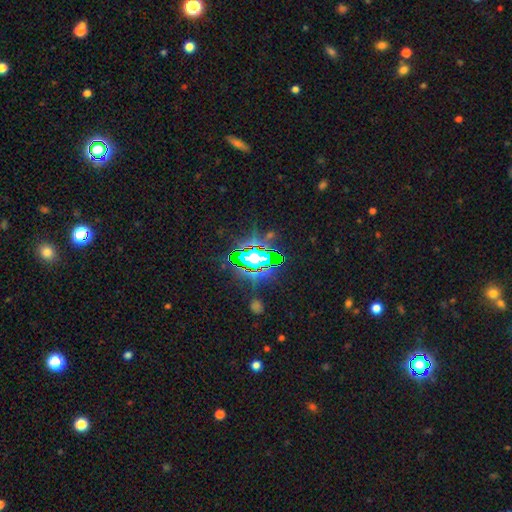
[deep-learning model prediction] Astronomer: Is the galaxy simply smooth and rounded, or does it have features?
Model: star or artifact — 70%.